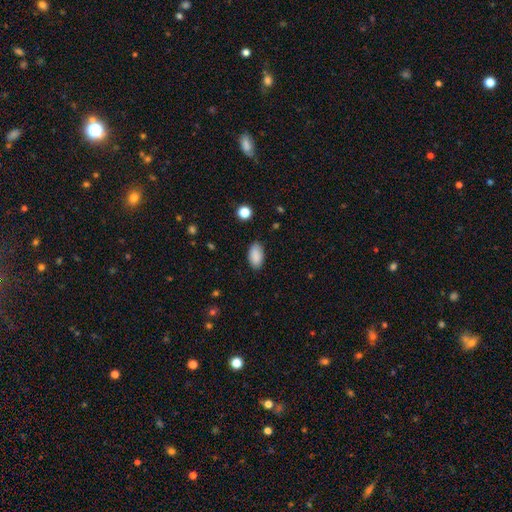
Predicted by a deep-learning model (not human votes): This appears to be a smooth galaxy with no disk features (88%) that is in between round and cigar-shaped (94%). Merging: none (83%).